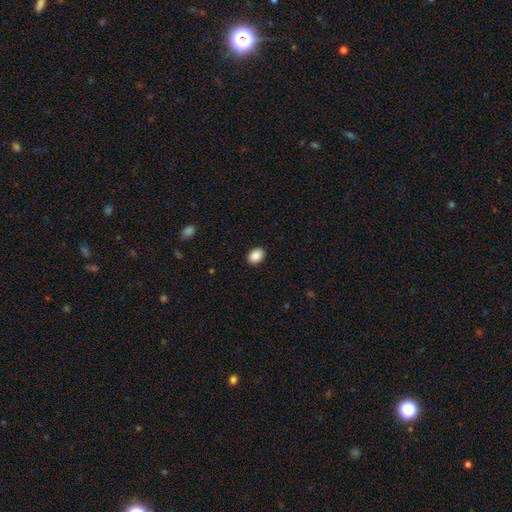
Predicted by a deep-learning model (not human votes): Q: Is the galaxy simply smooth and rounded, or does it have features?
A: smooth — 89%.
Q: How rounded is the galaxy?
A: in between — 74%.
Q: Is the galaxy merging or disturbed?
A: none — 90%.